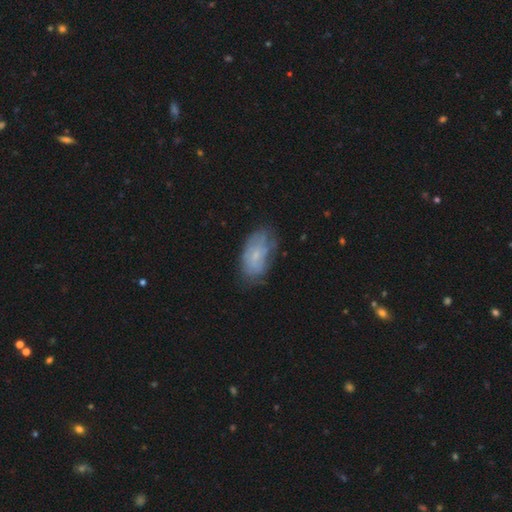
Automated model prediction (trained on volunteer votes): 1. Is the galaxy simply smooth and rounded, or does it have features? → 49% smooth, 42% featured or disk, 9% star or artifact.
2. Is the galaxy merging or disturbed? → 61% none, 27% minor disturbance, 10% major disturbance, 2% merger.